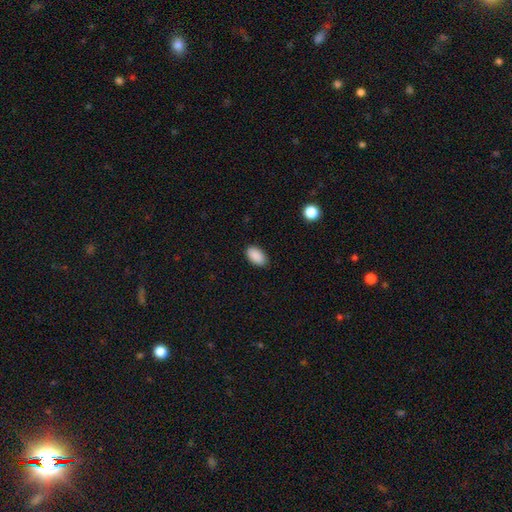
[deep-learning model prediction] A smooth galaxy with no disk features (90%) that is in between round and cigar-shaped (94%).

Vote fractions:
- Smooth or featured? smooth: 90% / star or artifact: 7% / featured or disk: 2%
- How rounded? in between: 94% / round: 4% / cigar-shaped: 2%
- Merging? none: 88% / minor disturbance: 9% / major disturbance: 2% / merger: 1%